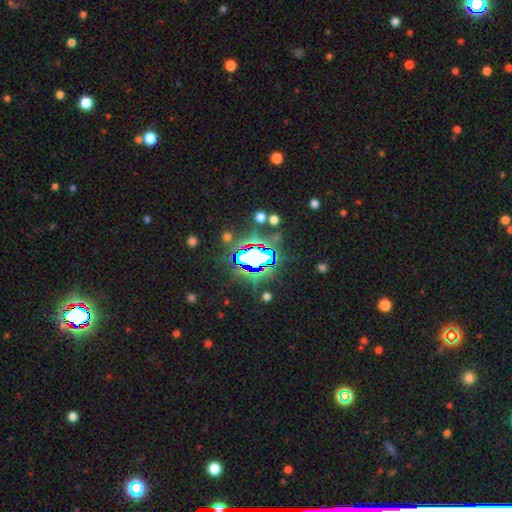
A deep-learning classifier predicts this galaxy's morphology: Smooth or featured? Predicted: star or artifact (p=0.73).